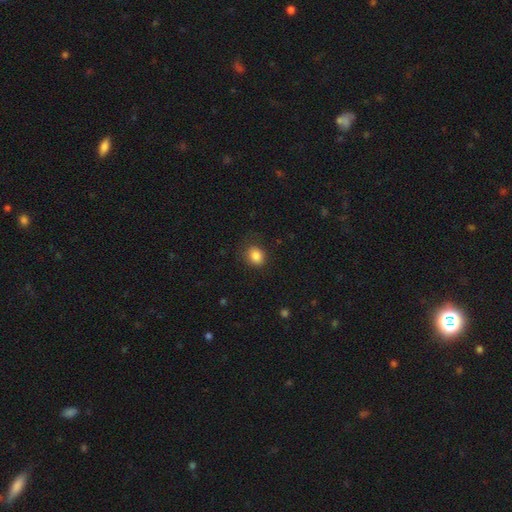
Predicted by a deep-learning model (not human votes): The model was most divided on "how rounded": round: 58%, in between: 41%, cigar-shaped: 1%. More confident: smooth or featured — smooth (86%); merging — none (77%).